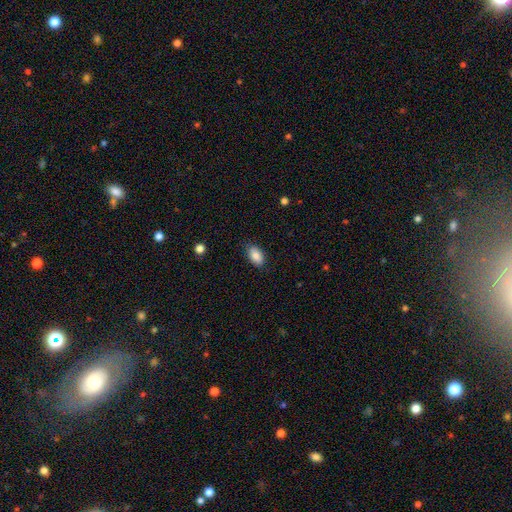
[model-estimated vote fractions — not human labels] The model was most divided on "merging": none: 85%, minor disturbance: 12%, major disturbance: 2%, merger: 1%. More confident: how rounded — in between (93%); smooth or featured — smooth (87%).